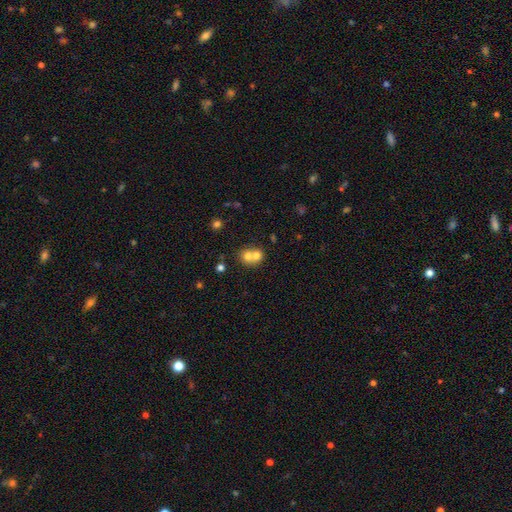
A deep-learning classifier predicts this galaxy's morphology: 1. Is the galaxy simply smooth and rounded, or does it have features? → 68% smooth, 20% featured or disk, 12% star or artifact.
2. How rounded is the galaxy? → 76% round, 23% in between, 1% cigar-shaped.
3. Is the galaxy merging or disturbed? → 66% merger, 27% none, 4% minor disturbance, 2% major disturbance.